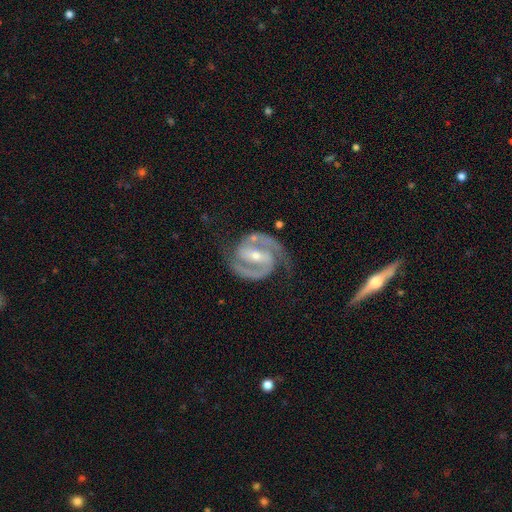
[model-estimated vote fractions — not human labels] featured or disk 93%, star or artifact 4%, smooth 3%. Down the decision tree: edge-on disk — no (98%); bar — strong (61%); spiral arms — yes (98%); spiral arm count — 2 (94%); spiral winding — medium (53%); bulge size — small (55%); merging — none (77%).